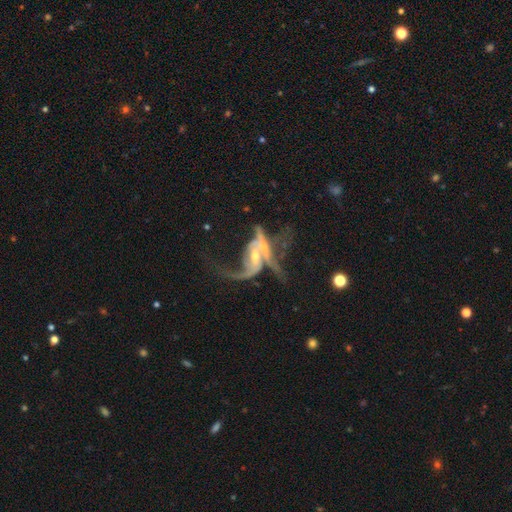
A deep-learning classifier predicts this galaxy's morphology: smooth-or-featured: featured or disk: 79% | smooth: 12% | star or artifact: 9%
  disk-edge-on: no: 89% | yes: 11%
    bar: no: 50% | weak: 33% | strong: 16%
    has-spiral-arms: yes: 79% | no: 21%
      spiral-winding: loose: 70% | medium: 22% | tight: 8%
      spiral-arm-count: 2: 54% | 1: 21% | can't tell: 17% | 3: 5% | 4: 2% | more than 4: 2%
    bulge-size: small: 44% | moderate: 43% | none: 8% | large: 4% | dominant: 2%
  merging: merger: 60% | major disturbance: 20% | none: 13% | minor disturbance: 7%